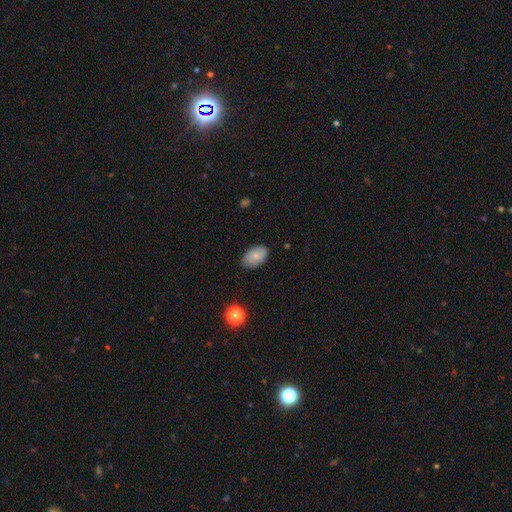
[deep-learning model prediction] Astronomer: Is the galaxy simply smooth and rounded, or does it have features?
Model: smooth — 81%.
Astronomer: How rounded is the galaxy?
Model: in between — 91%.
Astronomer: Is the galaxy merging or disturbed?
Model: none — 83%.